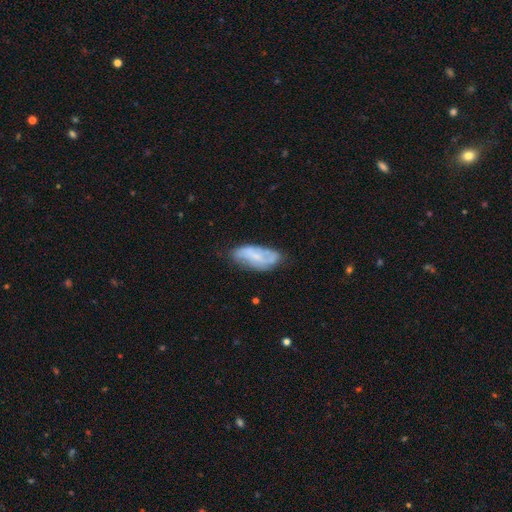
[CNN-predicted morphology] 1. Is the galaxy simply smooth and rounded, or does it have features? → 53% featured or disk, 40% smooth, 7% star or artifact.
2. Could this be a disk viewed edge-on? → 92% no, 8% yes.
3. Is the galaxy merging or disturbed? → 59% none, 29% minor disturbance, 9% major disturbance, 3% merger.